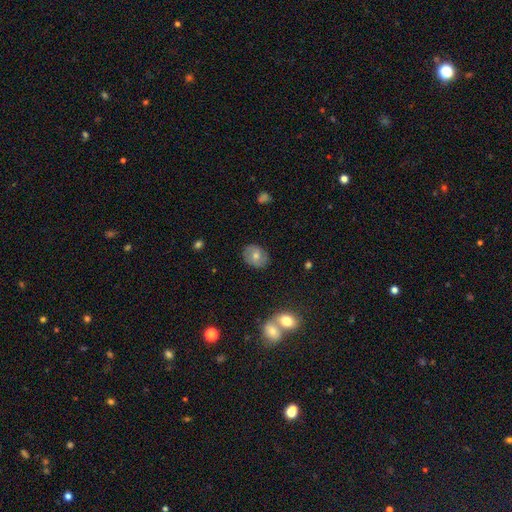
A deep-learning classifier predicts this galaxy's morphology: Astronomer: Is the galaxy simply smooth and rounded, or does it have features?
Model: smooth — 47% (runner-up: featured or disk, 42%).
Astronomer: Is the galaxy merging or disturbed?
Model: none — 83%.